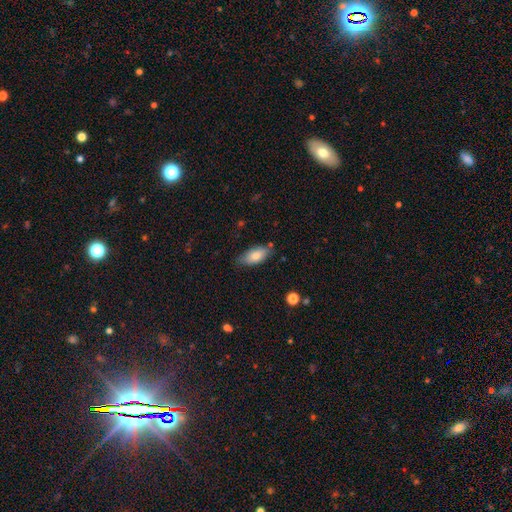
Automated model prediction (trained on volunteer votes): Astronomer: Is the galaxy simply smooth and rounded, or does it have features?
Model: smooth — 79%.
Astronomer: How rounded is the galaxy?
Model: in between — 89%.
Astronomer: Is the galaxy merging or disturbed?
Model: none — 74%.